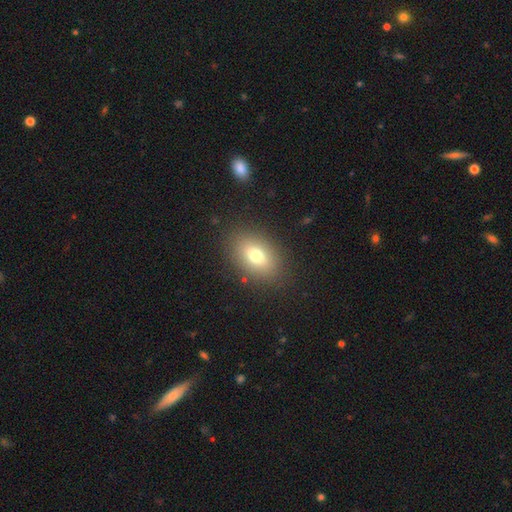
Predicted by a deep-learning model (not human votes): smooth 75%, featured or disk 13%, star or artifact 11%. Down the decision tree: how rounded — in between (81%); merging — none (85%).